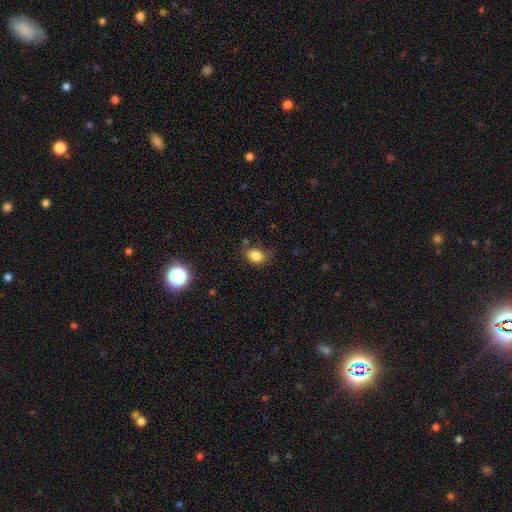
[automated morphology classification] smooth-or-featured: smooth: 83% | star or artifact: 12% | featured or disk: 6%
  how-rounded: in between: 63% | round: 36% | cigar-shaped: 1%
  merging: none: 71% | minor disturbance: 20% | major disturbance: 5% | merger: 3%